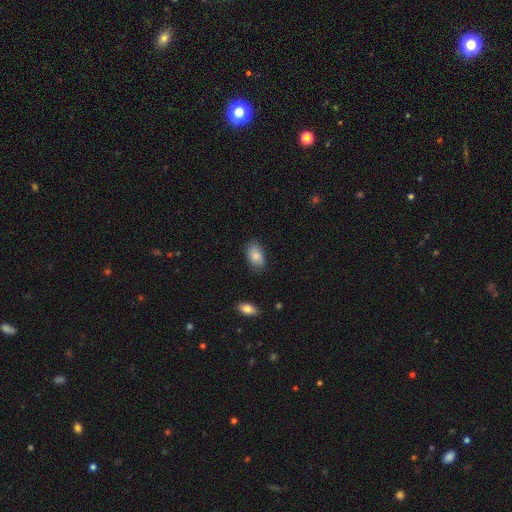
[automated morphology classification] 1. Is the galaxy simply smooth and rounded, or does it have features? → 84% smooth, 9% featured or disk, 7% star or artifact.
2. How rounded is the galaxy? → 93% in between, 5% round, 2% cigar-shaped.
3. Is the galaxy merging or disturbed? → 80% none, 15% minor disturbance, 3% major disturbance, 1% merger.